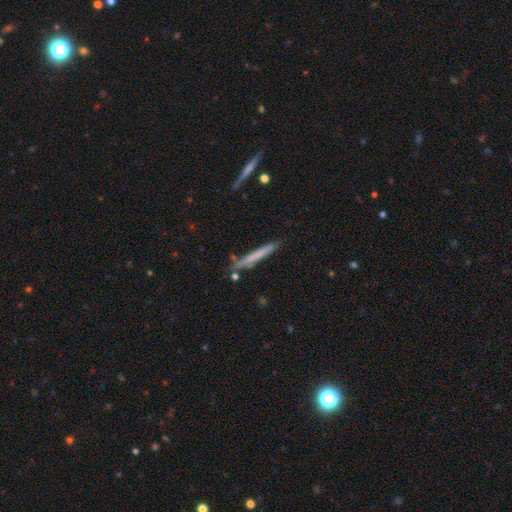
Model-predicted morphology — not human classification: This appears to be a smooth galaxy with no disk features (60%) that is cigar-shaped (96%). Merging: none (82%).